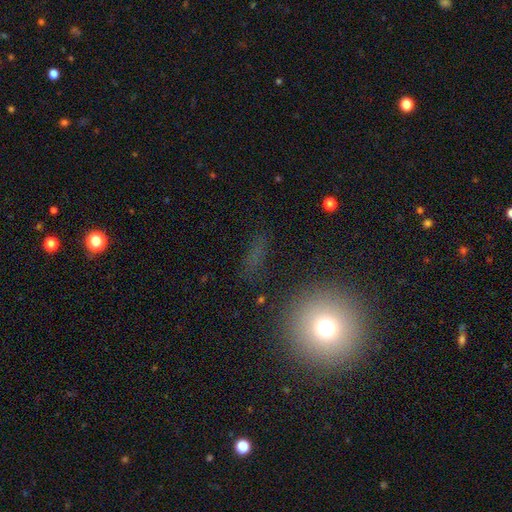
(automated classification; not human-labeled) Smooth or featured: smooth — 51% (star or artifact — 36%)
How rounded: round — 70% (in between — 22%)
Merging: none — 86% (minor disturbance — 7%)